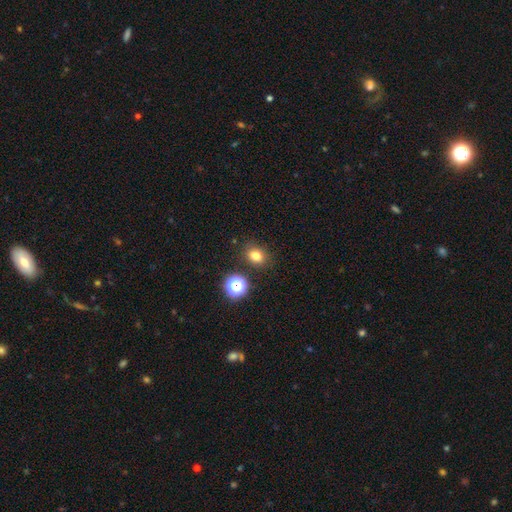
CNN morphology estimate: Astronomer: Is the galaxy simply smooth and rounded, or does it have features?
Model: smooth — 76%.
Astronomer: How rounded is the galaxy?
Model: round — 50% (runner-up: in between, 49%).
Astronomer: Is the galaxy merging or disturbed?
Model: none — 82%.